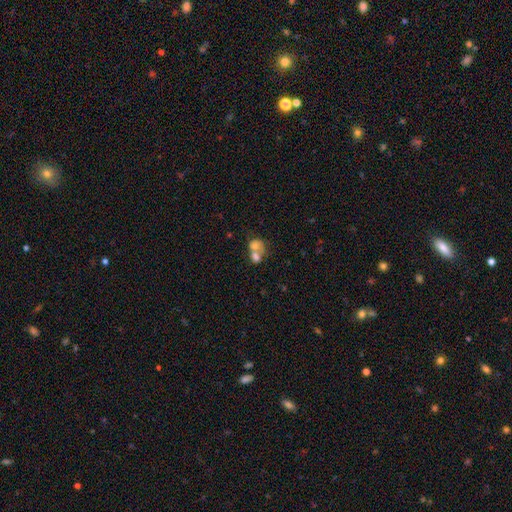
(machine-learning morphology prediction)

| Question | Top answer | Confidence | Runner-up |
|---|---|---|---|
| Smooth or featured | smooth | 67% | featured or disk (22%) |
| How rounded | in between | 55% | round (43%) |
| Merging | merger | 68% | none (19%) |